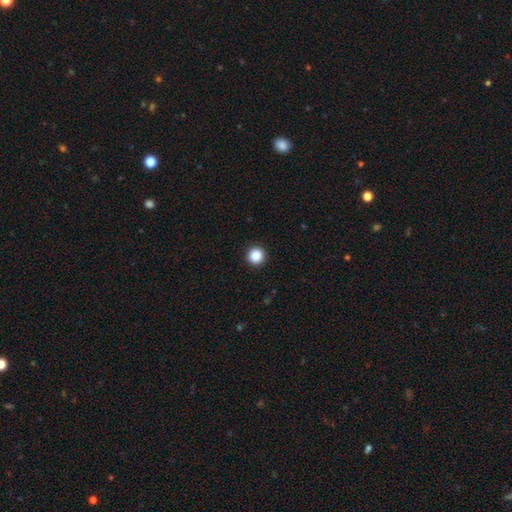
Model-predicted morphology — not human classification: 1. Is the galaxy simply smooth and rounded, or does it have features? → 87% smooth, 10% star or artifact, 3% featured or disk.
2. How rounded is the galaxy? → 96% round, 3% in between, 1% cigar-shaped.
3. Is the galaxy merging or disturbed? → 93% none, 4% minor disturbance, 2% major disturbance, 1% merger.